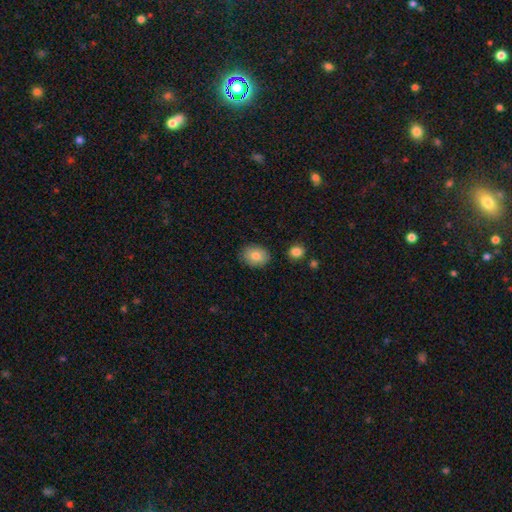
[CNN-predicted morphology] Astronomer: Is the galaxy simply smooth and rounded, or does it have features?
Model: smooth — 81%.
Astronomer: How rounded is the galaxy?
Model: in between — 63%.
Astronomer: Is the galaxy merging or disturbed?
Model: none — 85%.